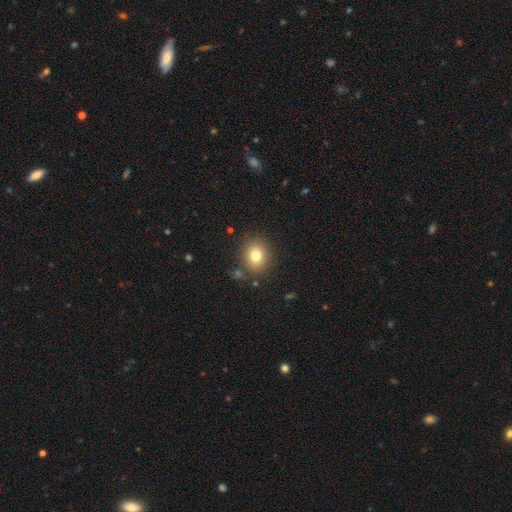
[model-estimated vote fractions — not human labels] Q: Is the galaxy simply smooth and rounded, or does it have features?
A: smooth — 79%.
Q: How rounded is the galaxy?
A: round — 68%.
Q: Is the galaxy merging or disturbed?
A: none — 83%.